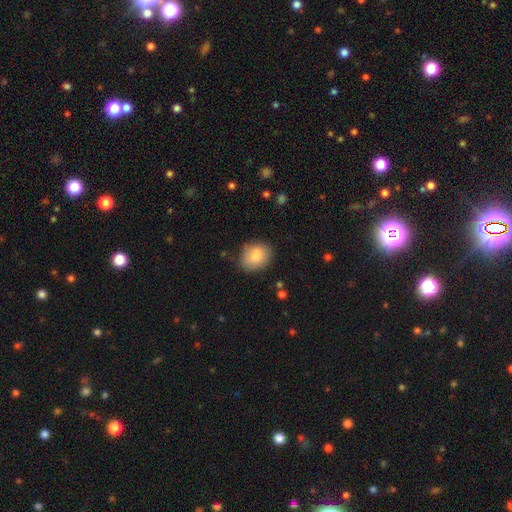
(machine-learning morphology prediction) A smooth galaxy with no disk features (84%) that is in between round and cigar-shaped (56%). Merging: none (78%).